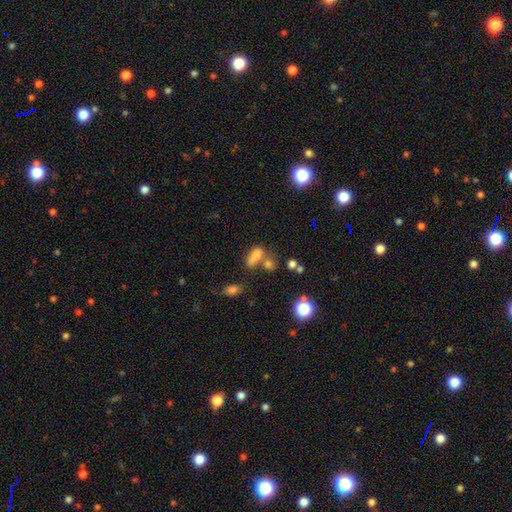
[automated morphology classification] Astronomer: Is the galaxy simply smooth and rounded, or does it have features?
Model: smooth — 73%.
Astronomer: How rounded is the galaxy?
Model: in between — 75%.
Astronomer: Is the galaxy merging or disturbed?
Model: merger — 38% (runner-up: none, 35%).